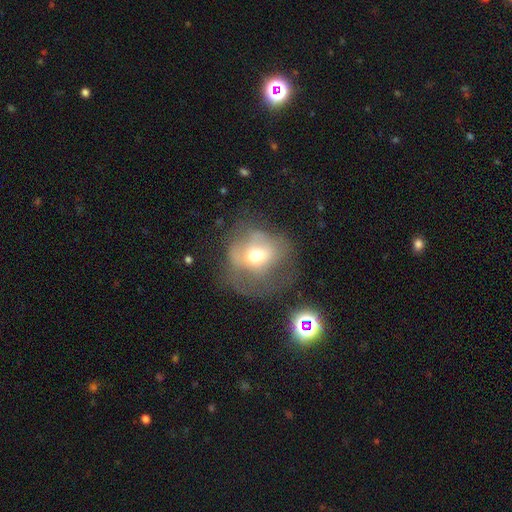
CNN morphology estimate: Smooth or featured: smooth — 49% (featured or disk — 37%)
Merging: major disturbance — 38% (none — 36%)